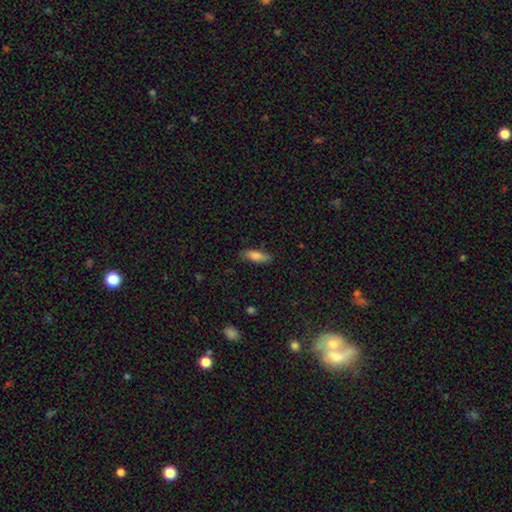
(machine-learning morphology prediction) This appears to be a smooth galaxy with no disk features (81%) that is in between round and cigar-shaped (60%). Merging: none (80%).